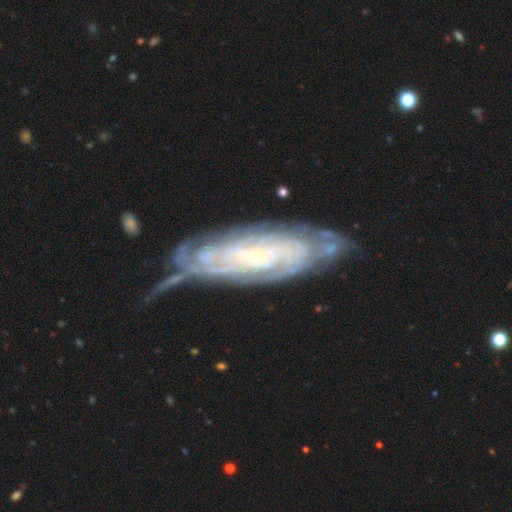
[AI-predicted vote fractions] smooth_or_featured: featured or disk (p=0.85) [alt: smooth p=0.09]
disk_edge_on: no (p=0.89) [alt: yes p=0.11]
bar: no (p=0.62) [alt: weak p=0.27]
has_spiral_arms: yes (p=0.95) [alt: no p=0.05]
spiral_winding: tight (p=0.79) [alt: medium p=0.17]
spiral_arm_count: can't tell (p=0.45) [alt: 4 p=0.15]
bulge_size: small (p=0.81) [alt: moderate p=0.15]
merging: none (p=0.59) [alt: minor disturbance p=0.25]